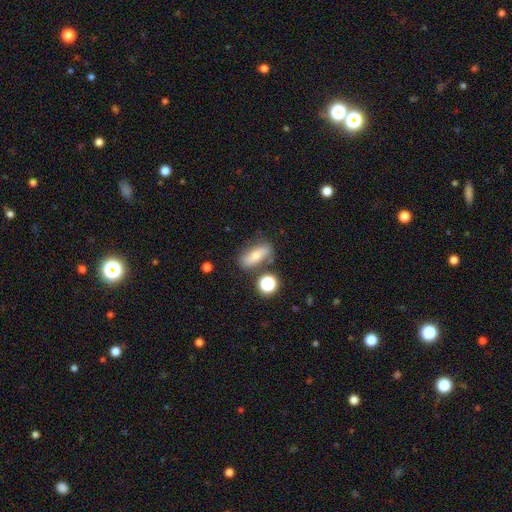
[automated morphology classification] type=smooth (63%); roundness=in between (66%); merging=none (70%).